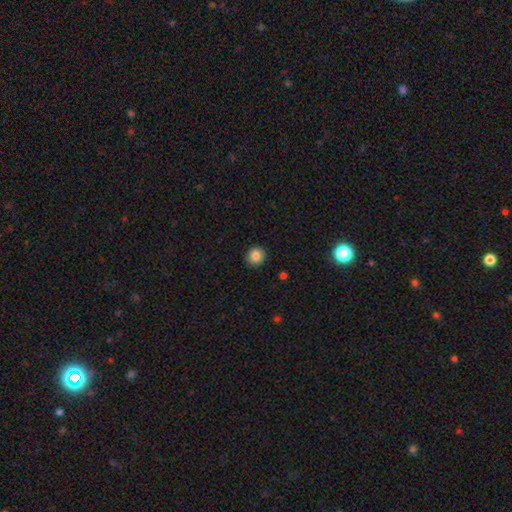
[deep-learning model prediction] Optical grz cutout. It shows a smooth galaxy with no disk features (85%) that is round (90%). Merging: none (91%).